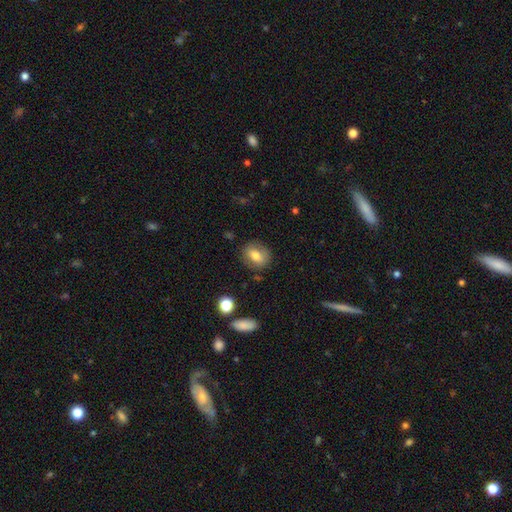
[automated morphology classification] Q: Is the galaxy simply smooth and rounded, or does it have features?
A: smooth — 70%.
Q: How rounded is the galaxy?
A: round — 51%.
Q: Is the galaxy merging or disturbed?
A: none — 82%.